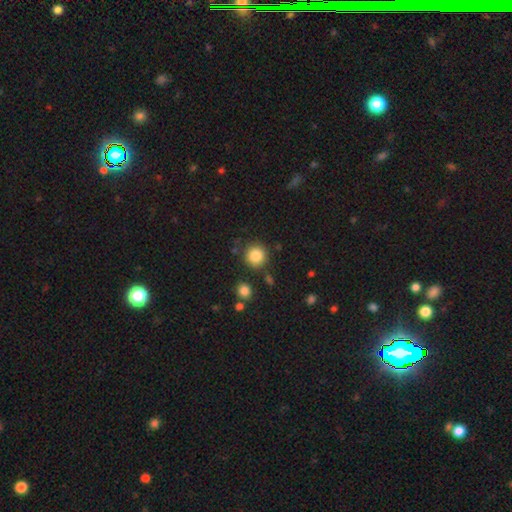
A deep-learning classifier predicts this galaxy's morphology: Overall: smooth (85%). How rounded: round (92%). Merging: none (85%).